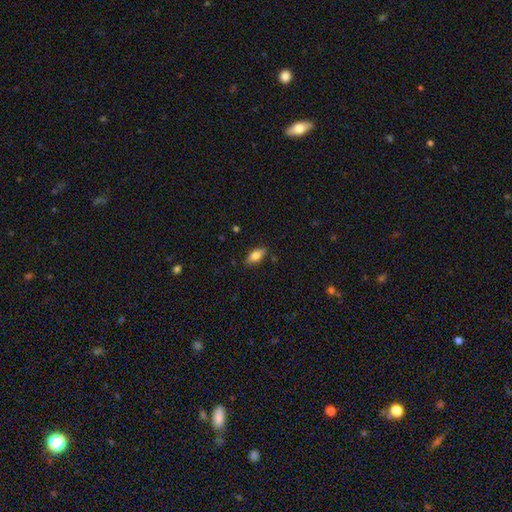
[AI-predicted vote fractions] smooth-or-featured: smooth: 72% | featured or disk: 21% | star or artifact: 7%
  how-rounded: in between: 81% | cigar-shaped: 16% | round: 3%
  merging: none: 85% | minor disturbance: 12% | major disturbance: 2% | merger: 1%